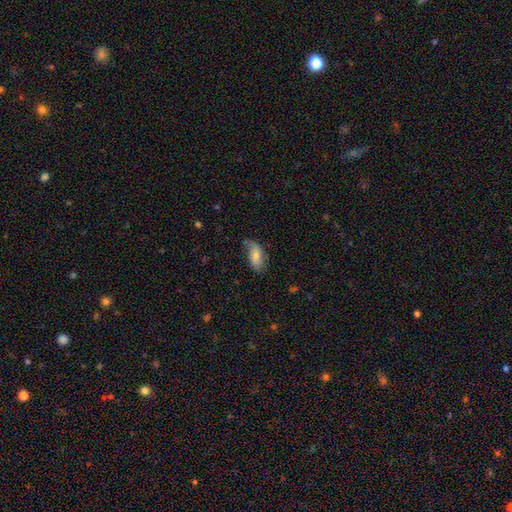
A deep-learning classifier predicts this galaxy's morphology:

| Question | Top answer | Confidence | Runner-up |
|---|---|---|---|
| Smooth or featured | smooth | 61% | featured or disk (32%) |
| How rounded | in between | 89% | cigar-shaped (8%) |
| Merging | none | 59% | minor disturbance (29%) |